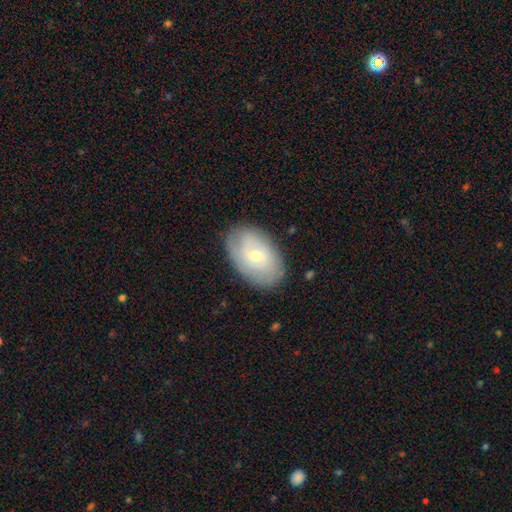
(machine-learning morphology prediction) smooth-or-featured: featured or disk: 54% | smooth: 39% | star or artifact: 7%
  disk-edge-on: no: 93% | yes: 7%
    bar: no: 60% | weak: 34% | strong: 6%
    has-spiral-arms: yes: 67% | no: 33%
    bulge-size: small: 53% | moderate: 43% | large: 2% | none: 1% | dominant: 1%
  merging: none: 81% | minor disturbance: 15% | major disturbance: 4% | merger: 1%